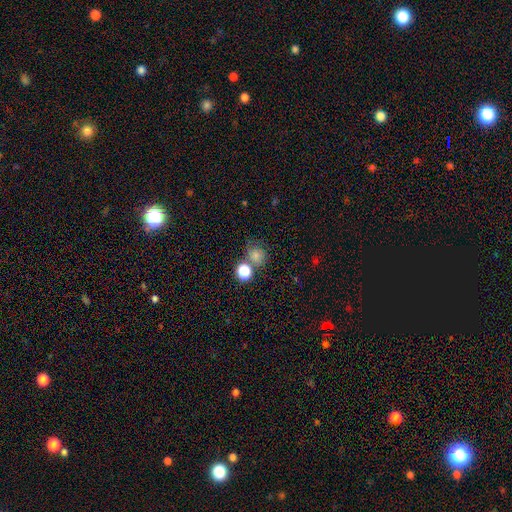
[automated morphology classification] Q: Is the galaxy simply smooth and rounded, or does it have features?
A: smooth — 72%.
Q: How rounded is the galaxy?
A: round — 81%.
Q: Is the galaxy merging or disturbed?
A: none — 60%.